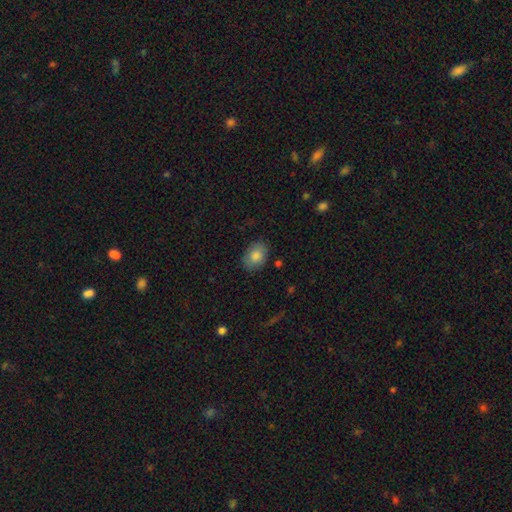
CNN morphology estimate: This is clearly a smooth galaxy (84%). How rounded: likely in between (76%). Merging: clearly none (83%).